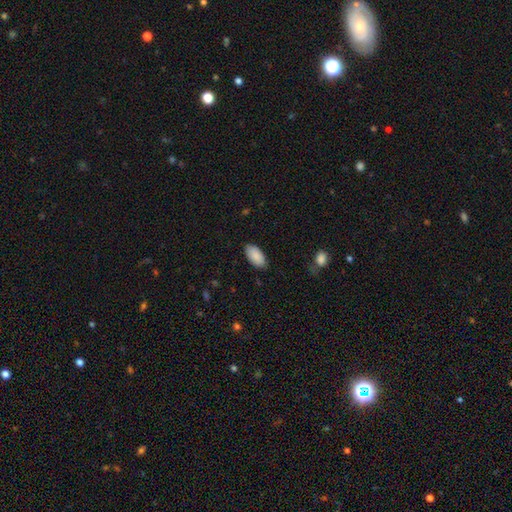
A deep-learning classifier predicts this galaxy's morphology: This appears to be a smooth galaxy with no disk features (90%) that is in between round and cigar-shaped (95%). Merging: none (86%).